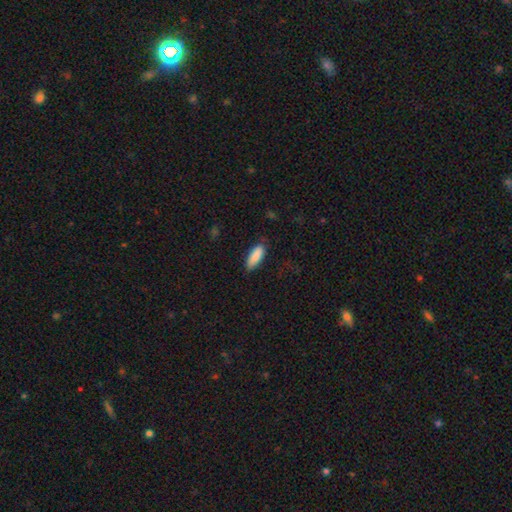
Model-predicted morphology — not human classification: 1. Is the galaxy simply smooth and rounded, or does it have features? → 88% smooth, 6% star or artifact, 5% featured or disk.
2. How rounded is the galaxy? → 68% in between, 30% cigar-shaped, 2% round.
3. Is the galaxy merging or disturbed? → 78% none, 17% minor disturbance, 3% major disturbance, 1% merger.